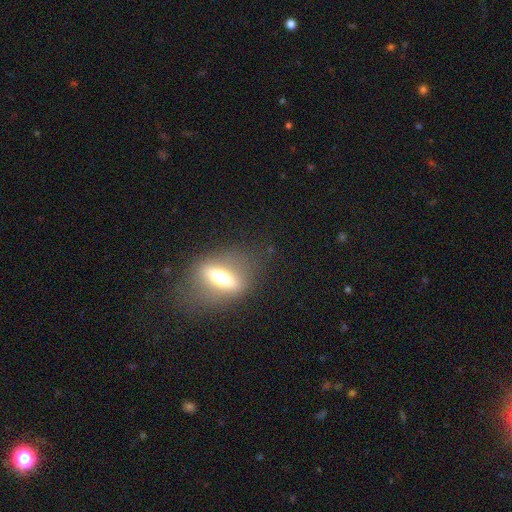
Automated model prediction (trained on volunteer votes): featured or disk 58%, smooth 28%, star or artifact 14%. Down the decision tree: edge-on disk — yes (58%); merging — none (78%).